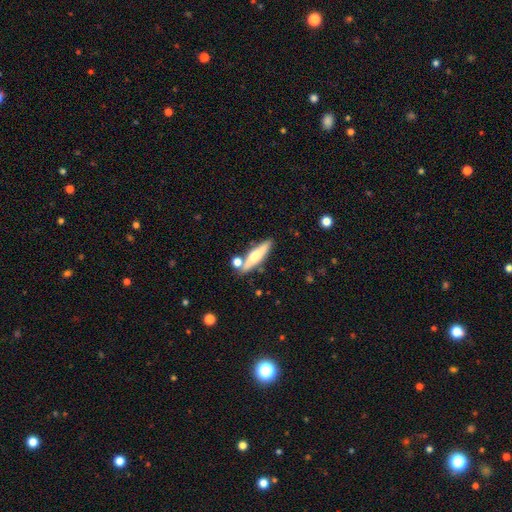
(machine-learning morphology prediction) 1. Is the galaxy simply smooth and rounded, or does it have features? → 51% smooth, 42% featured or disk, 7% star or artifact.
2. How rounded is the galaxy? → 78% cigar-shaped, 19% in between, 3% round.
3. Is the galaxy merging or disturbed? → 73% none, 13% merger, 11% minor disturbance, 3% major disturbance.